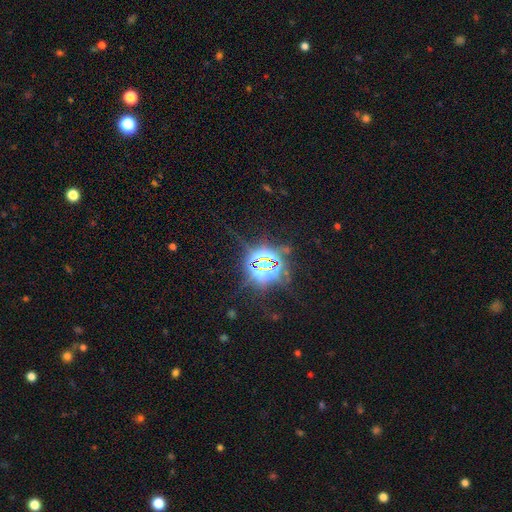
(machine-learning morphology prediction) A star or artifact, not a galaxy (83%).

Vote fractions:
- Smooth or featured? star or artifact: 83% / smooth: 9% / featured or disk: 8%